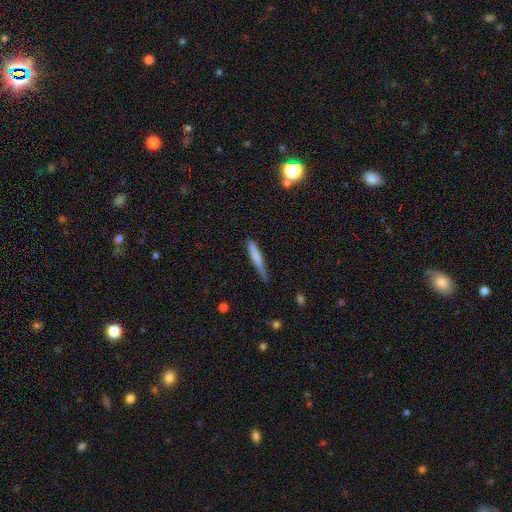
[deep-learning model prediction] Morphology: type=smooth (71%); roundness=cigar-shaped (93%); merging=none (57%).